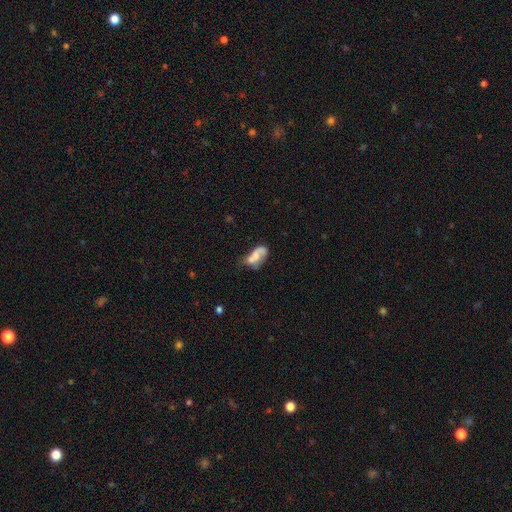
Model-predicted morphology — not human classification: Smooth or featured? Predicted: smooth (p=0.50). Merging? Predicted: merger (p=0.28).